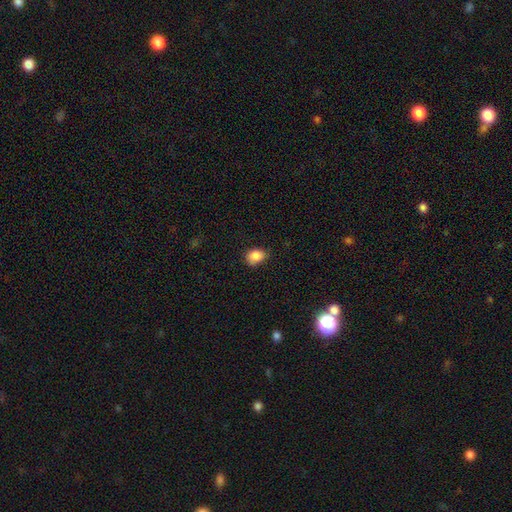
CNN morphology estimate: Smooth or featured?
  - smooth: 86% *
  - star or artifact: 9%
  - featured or disk: 5%
How rounded?
  - in between: 60% *
  - round: 39%
  - cigar-shaped: 1%
Merging?
  - none: 70% *
  - minor disturbance: 25%
  - major disturbance: 4%
  - merger: 1%